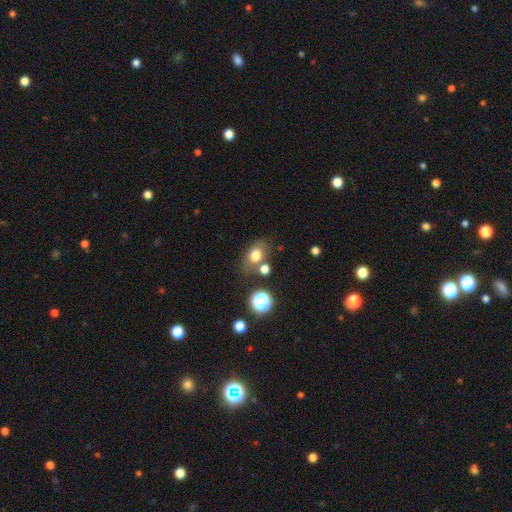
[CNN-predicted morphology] Smooth or featured?
  - smooth: 74% *
  - featured or disk: 13%
  - star or artifact: 13%
How rounded?
  - in between: 60% *
  - round: 38%
  - cigar-shaped: 1%
Merging?
  - none: 64% *
  - minor disturbance: 16%
  - merger: 14%
  - major disturbance: 6%